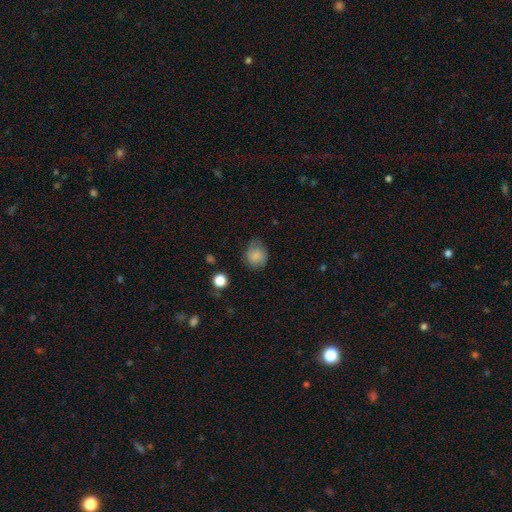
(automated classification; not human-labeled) A smooth galaxy with no disk features (82%) that is round (73%). Merging: none (64%).